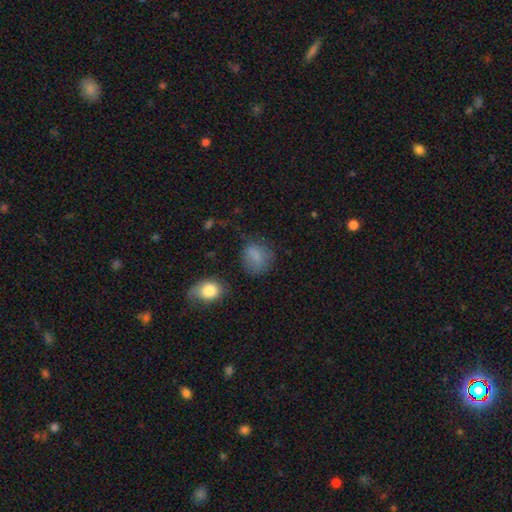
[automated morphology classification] Smooth or featured: smooth — 80% (star or artifact — 11%)
How rounded: round — 56% (in between — 42%)
Merging: none — 64% (minor disturbance — 22%)